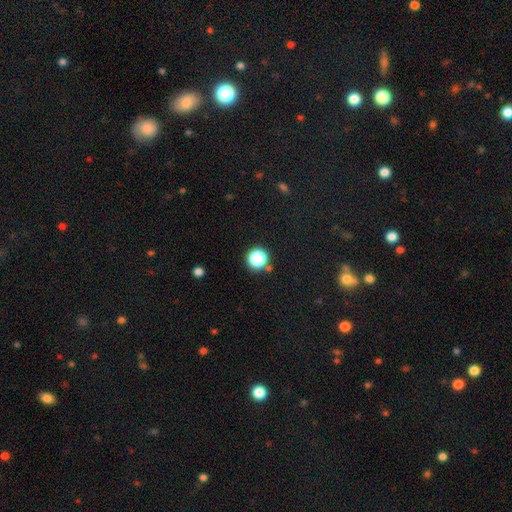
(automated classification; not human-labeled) Morphology: type=smooth (64%); roundness=round (90%); merging=none (79%).